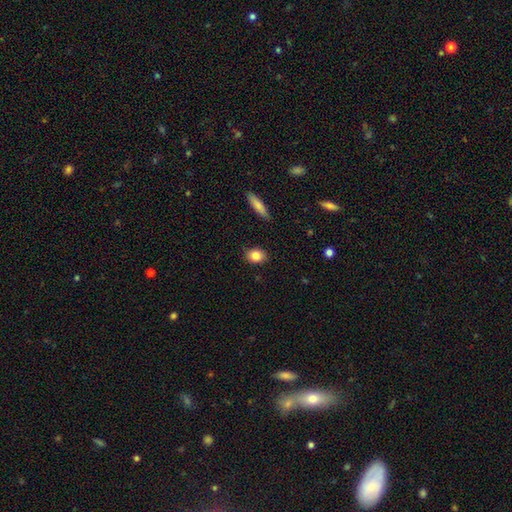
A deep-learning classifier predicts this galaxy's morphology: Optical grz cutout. It shows a smooth galaxy with no disk features (84%) that is in between round and cigar-shaped (57%). Merging: none (86%).